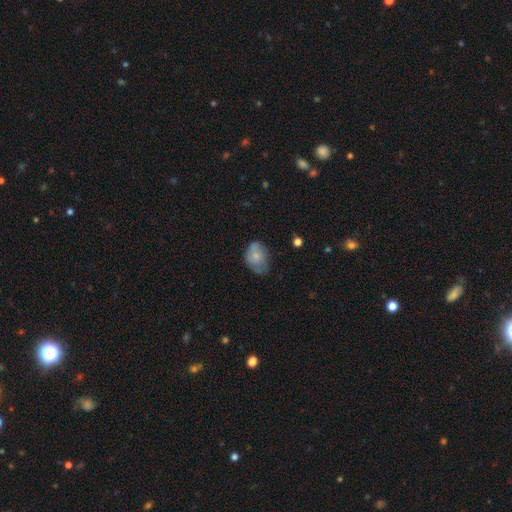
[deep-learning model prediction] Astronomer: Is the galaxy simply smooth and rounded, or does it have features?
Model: smooth — 68%.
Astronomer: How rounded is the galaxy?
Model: in between — 72%.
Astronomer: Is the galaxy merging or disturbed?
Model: none — 43% (runner-up: minor disturbance, 39%).